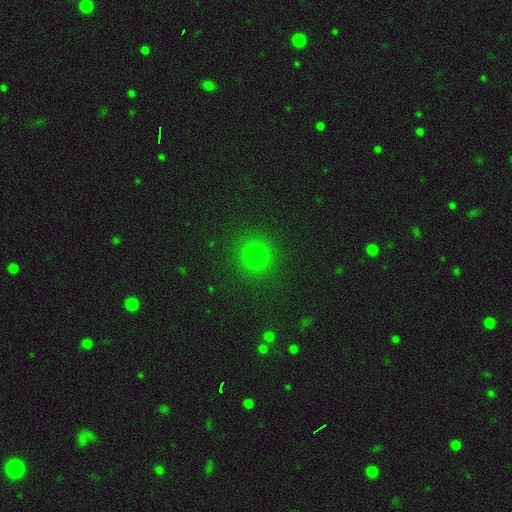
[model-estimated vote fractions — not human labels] Q: Smooth or featured?
A: smooth (76%); runner-up: star or artifact (19%)
Q: How rounded?
A: round (93%); runner-up: in between (6%)
Q: Merging?
A: none (90%); runner-up: minor disturbance (6%)